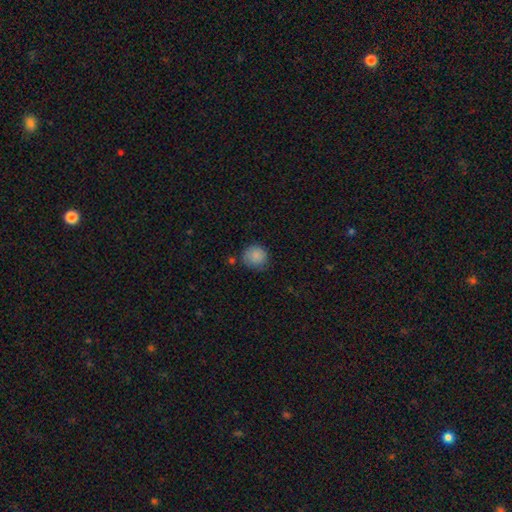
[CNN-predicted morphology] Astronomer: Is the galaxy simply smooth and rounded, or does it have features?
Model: smooth — 87%.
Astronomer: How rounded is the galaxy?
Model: round — 88%.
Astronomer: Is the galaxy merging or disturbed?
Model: none — 74%.